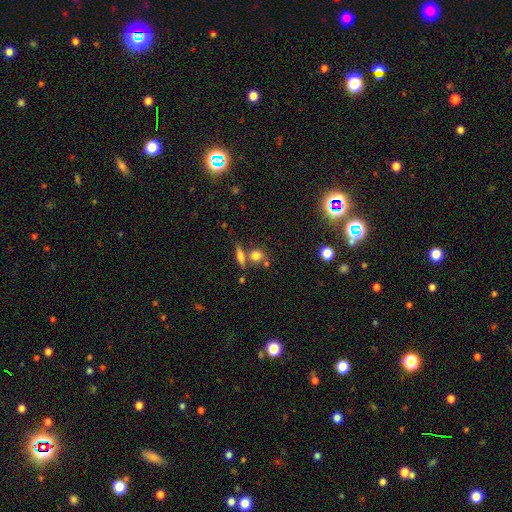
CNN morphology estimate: A smooth galaxy with no disk features (76%) that is round (73%). Merging: none (60%).